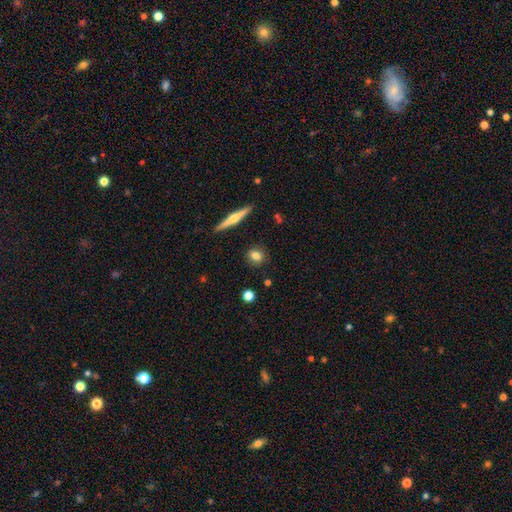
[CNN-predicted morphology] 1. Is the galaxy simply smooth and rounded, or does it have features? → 76% smooth, 16% featured or disk, 8% star or artifact.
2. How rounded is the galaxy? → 66% round, 28% in between, 6% cigar-shaped.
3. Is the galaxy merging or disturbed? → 88% none, 8% minor disturbance, 2% major disturbance, 2% merger.